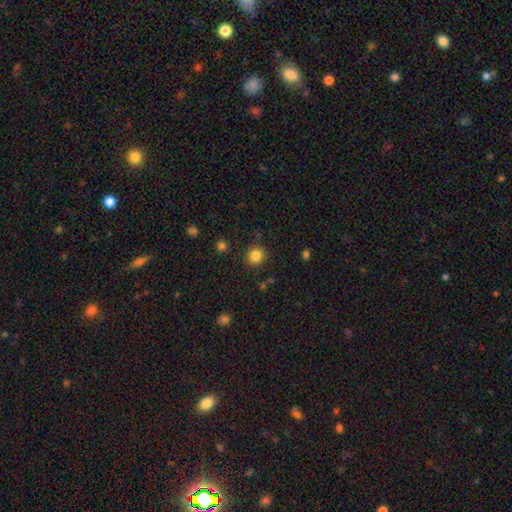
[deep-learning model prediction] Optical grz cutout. It shows a smooth galaxy with no disk features (84%) that is round (87%). Merging: none (87%).